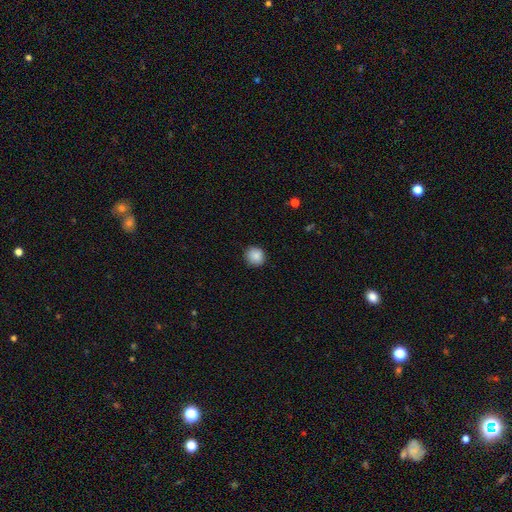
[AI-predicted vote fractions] Smooth or featured?
  - smooth: 88% *
  - star or artifact: 9%
  - featured or disk: 4%
How rounded?
  - round: 88% *
  - in between: 11%
  - cigar-shaped: 1%
Merging?
  - none: 88% *
  - minor disturbance: 9%
  - major disturbance: 2%
  - merger: 1%